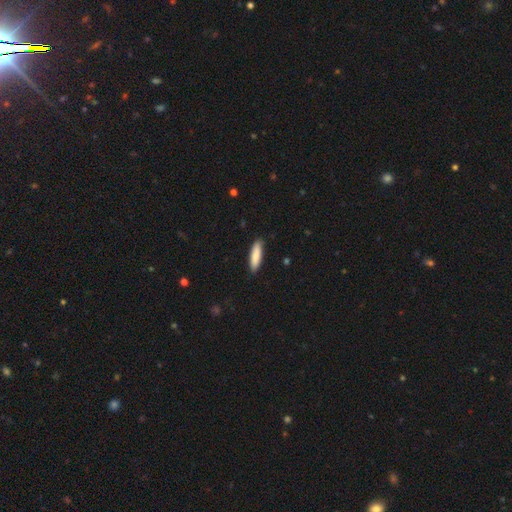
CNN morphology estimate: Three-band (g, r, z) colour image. It shows a smooth galaxy with no disk features (85%) that is cigar-shaped (67%). Merging: none (89%).